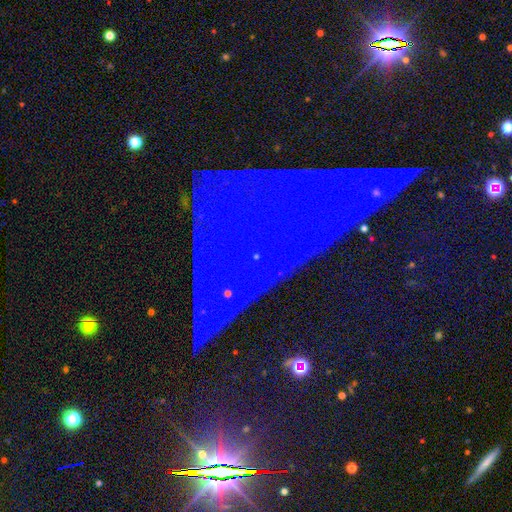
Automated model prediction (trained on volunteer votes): Morphology: type=star or artifact (81%).